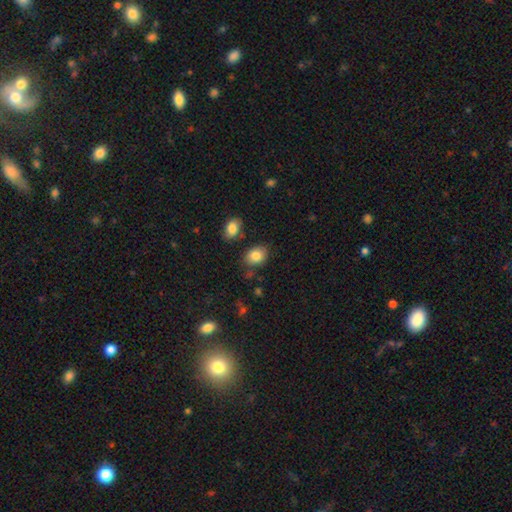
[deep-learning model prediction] A smooth galaxy with no disk features (84%) that is in between round and cigar-shaped (66%).

Vote fractions:
- Smooth or featured? smooth: 84% / star or artifact: 8% / featured or disk: 7%
- How rounded? in between: 66% / round: 33% / cigar-shaped: 1%
- Merging? none: 76% / minor disturbance: 15% / merger: 5% / major disturbance: 4%